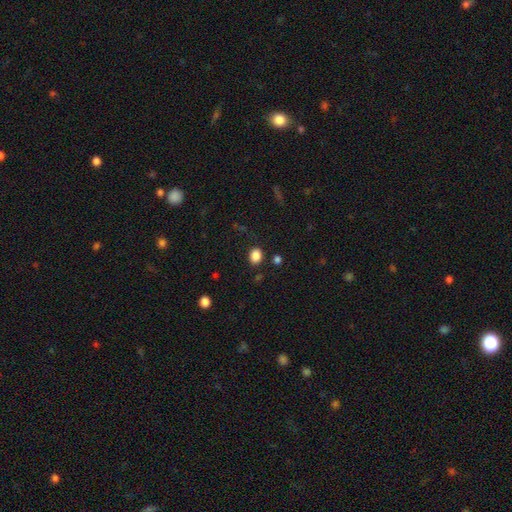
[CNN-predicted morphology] type=smooth (86%); roundness=in between (55%); merging=none (84%).